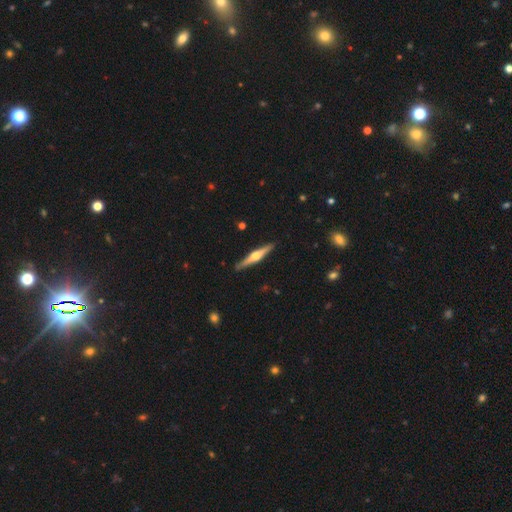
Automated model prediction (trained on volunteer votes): smooth-or-featured: featured or disk: 71% | smooth: 24% | star or artifact: 5%
  disk-edge-on: yes: 98% | no: 2%
    edge-on-bulge: rounded: 93% | boxy: 4% | none: 3%
  merging: none: 90% | minor disturbance: 7% | major disturbance: 1% | merger: 1%